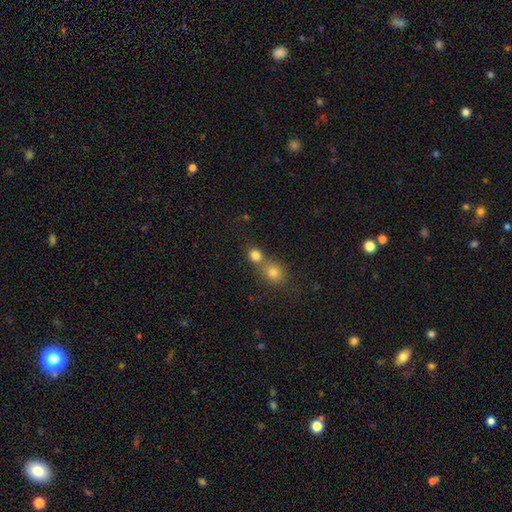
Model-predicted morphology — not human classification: Overall: smooth (79%). How rounded: round (75%). Merging: merger (50%; none 41%).